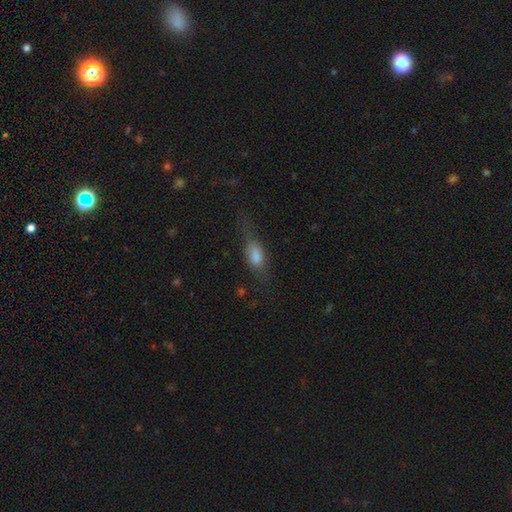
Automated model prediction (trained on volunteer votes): Smooth or featured?
  - smooth: 71% *
  - featured or disk: 20%
  - star or artifact: 9%
How rounded?
  - in between: 72% *
  - cigar-shaped: 21%
  - round: 6%
Merging?
  - none: 43% *
  - minor disturbance: 27%
  - major disturbance: 27%
  - merger: 3%